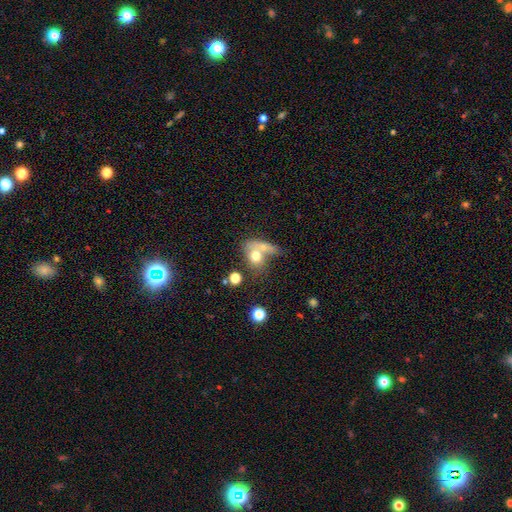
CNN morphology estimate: Smooth or featured?
  - smooth: 68% *
  - featured or disk: 22%
  - star or artifact: 9%
How rounded?
  - in between: 54% *
  - round: 42%
  - cigar-shaped: 4%
Merging?
  - merger: 55% *
  - none: 24%
  - minor disturbance: 10%
  - major disturbance: 10%